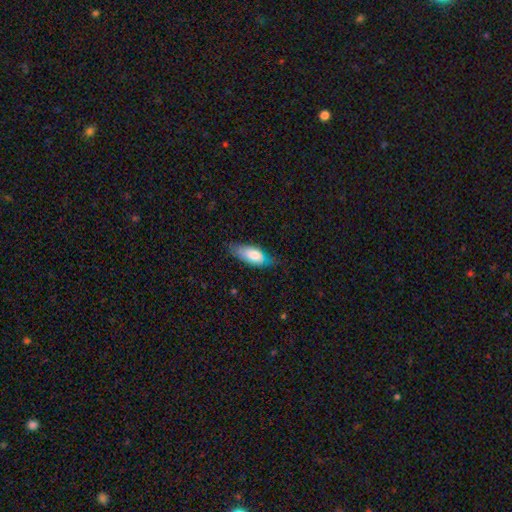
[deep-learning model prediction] Morphology: type=smooth (77%); roundness=in between (82%); merging=none (60%).